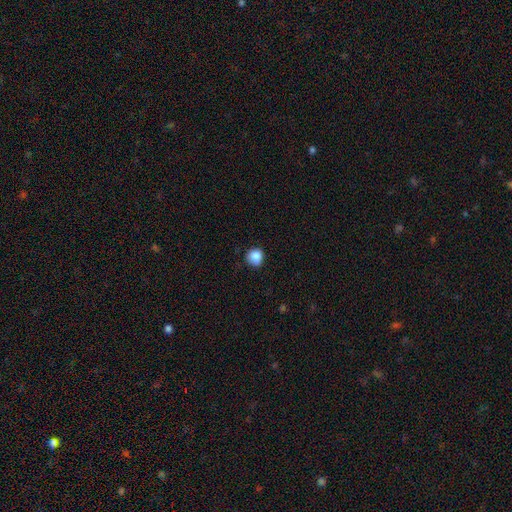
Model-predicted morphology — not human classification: This appears to be a smooth galaxy with no disk features (86%) that is round (87%). Merging: none (73%).